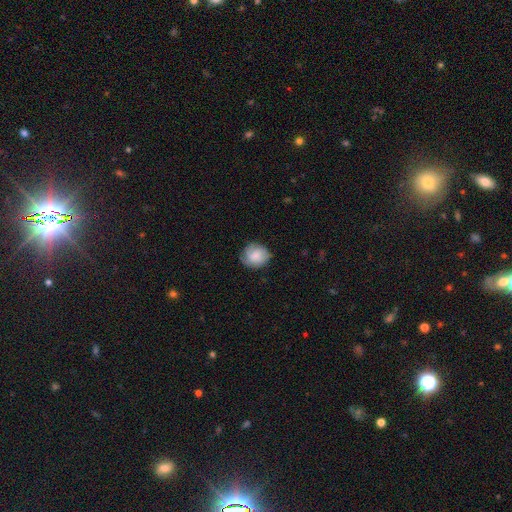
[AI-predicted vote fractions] Overall: smooth (72%). How rounded: round (82%). Merging: none (71%).